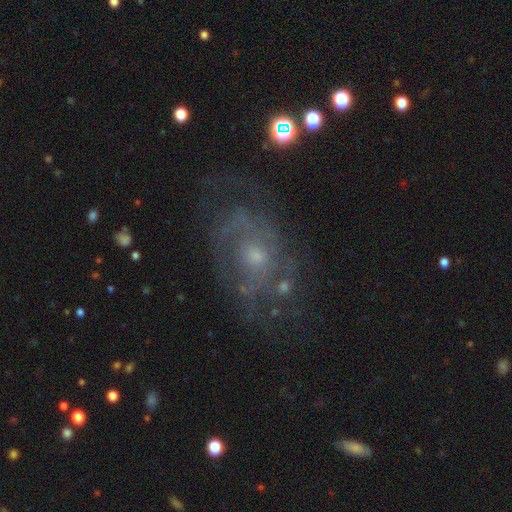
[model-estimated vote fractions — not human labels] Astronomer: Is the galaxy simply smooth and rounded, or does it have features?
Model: featured or disk — 75%.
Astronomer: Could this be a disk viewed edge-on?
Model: no — 97%.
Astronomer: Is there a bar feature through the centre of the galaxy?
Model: no — 79%.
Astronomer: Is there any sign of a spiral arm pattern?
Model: yes — 75%.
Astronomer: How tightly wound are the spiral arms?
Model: tight — 45% (runner-up: medium, 39%).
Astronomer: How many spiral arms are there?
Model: can't tell — 45% (runner-up: 2, 30%).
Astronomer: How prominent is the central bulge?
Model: small — 59%.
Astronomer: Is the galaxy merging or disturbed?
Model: none — 61%.